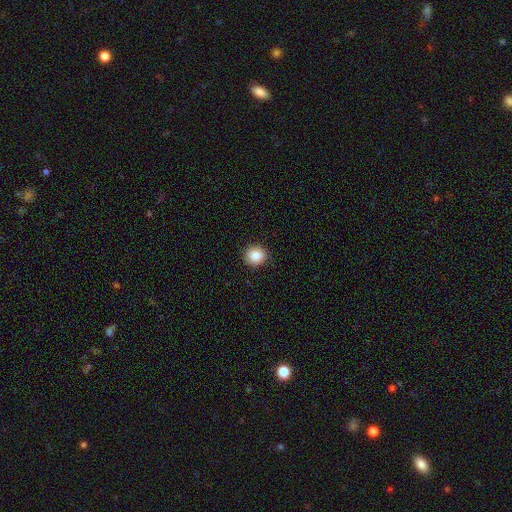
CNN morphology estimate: Smooth or featured: smooth — 87% (star or artifact — 9%)
How rounded: round — 88% (in between — 11%)
Merging: none — 90% (minor disturbance — 7%)